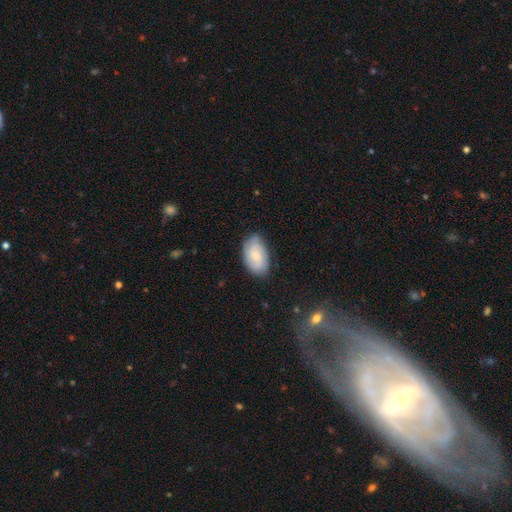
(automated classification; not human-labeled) Overall: smooth (58%; featured or disk 35%). How rounded: in between (93%). Merging: none (74%).